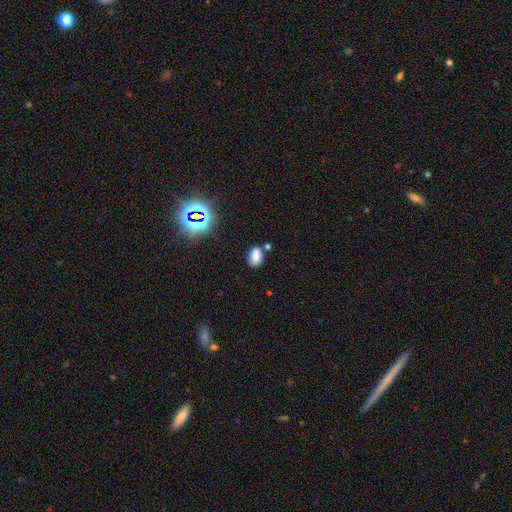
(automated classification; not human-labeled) A smooth galaxy with no disk features (78%) that is in between round and cigar-shaped (87%). Merging: none (75%).